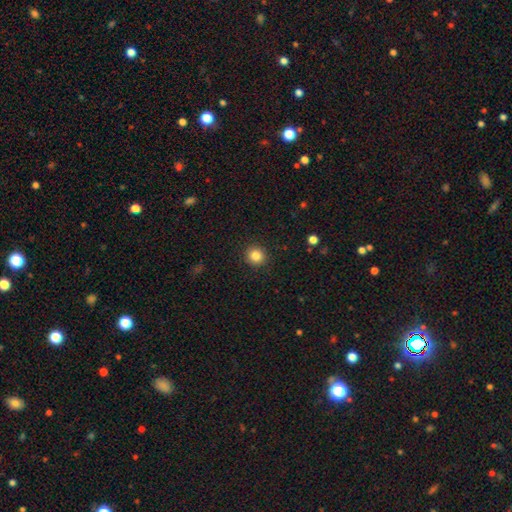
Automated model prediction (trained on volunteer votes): Morphology: type=smooth (84%); roundness=round (93%); merging=none (92%).